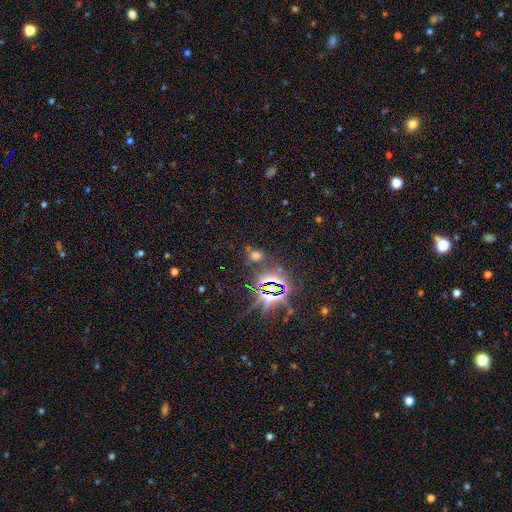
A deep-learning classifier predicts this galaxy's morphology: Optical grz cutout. It shows a star or artifact, not a galaxy (53%).